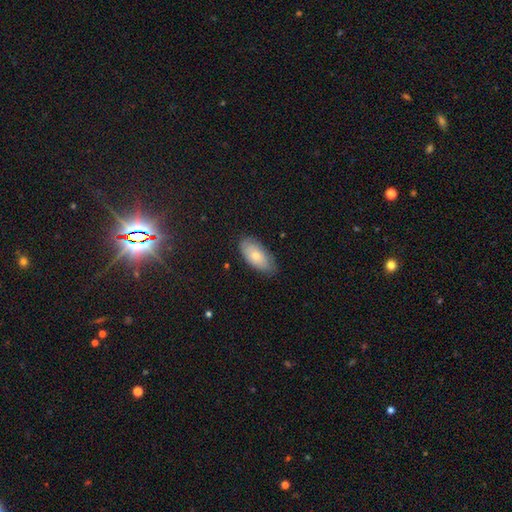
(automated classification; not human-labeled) The model was most divided on "smooth or featured": smooth: 72%, featured or disk: 22%, star or artifact: 7%. More confident: how rounded — in between (92%); merging — none (80%).